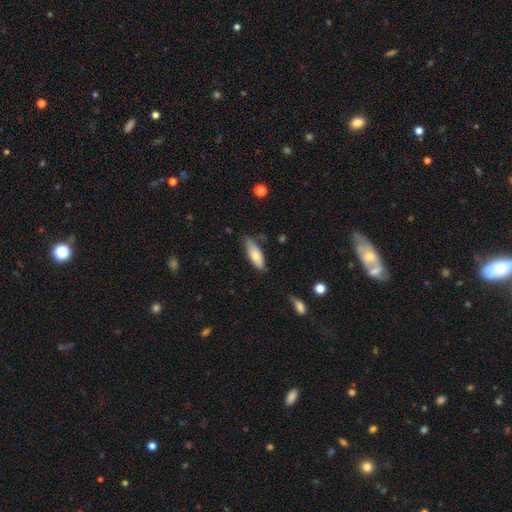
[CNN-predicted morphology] This is likely a smooth galaxy (71%). How rounded: likely in between (69%). Merging: likely none (62%).